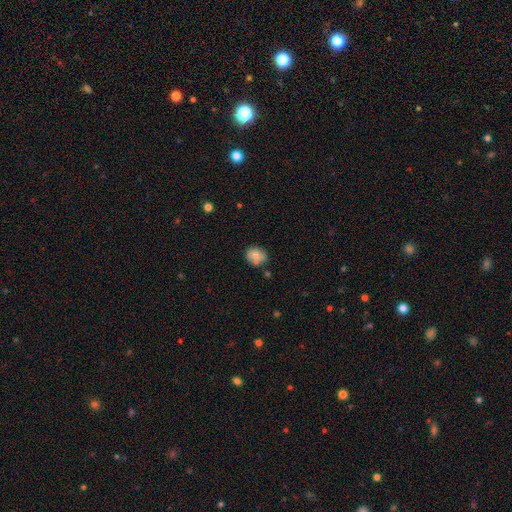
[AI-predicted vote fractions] The model was most divided on "how rounded": round: 61%, in between: 38%, cigar-shaped: 1%. More confident: smooth or featured — smooth (73%); merging — none (68%).